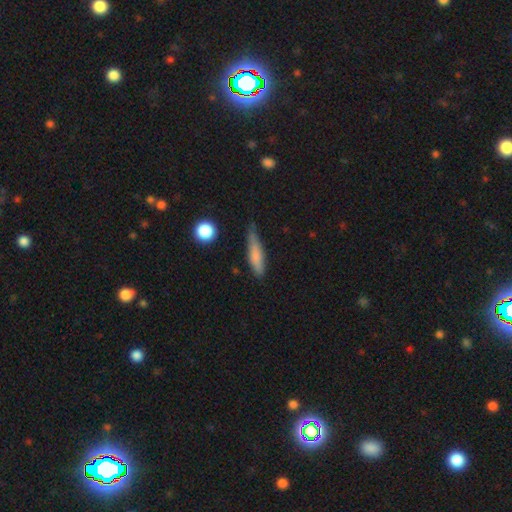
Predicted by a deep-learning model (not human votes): A smooth galaxy with no disk features (74%) that is cigar-shaped (76%).

Vote fractions:
- Smooth or featured? smooth: 74% / featured or disk: 19% / star or artifact: 7%
- How rounded? cigar-shaped: 76% / in between: 21% / round: 3%
- Merging? none: 58% / minor disturbance: 32% / major disturbance: 7% / merger: 3%